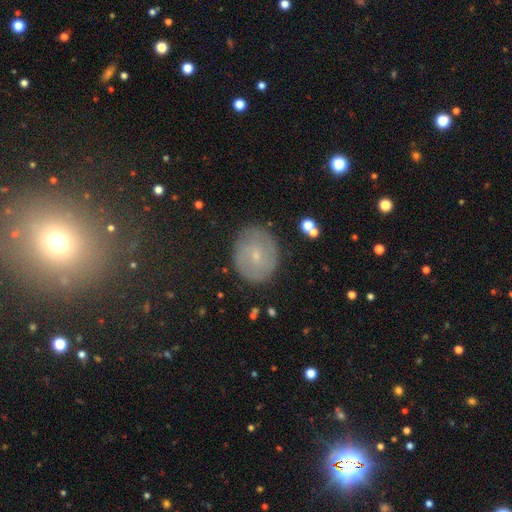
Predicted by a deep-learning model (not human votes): This appears to be a featured or disk galaxy (52%). Merging: none (84%).